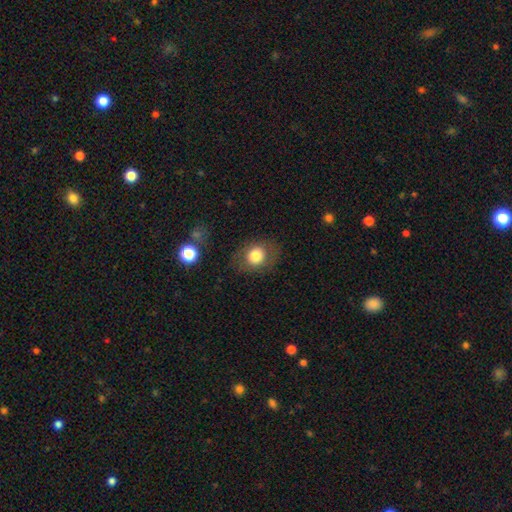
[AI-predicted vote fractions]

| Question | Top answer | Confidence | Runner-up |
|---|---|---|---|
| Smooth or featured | smooth | 77% | featured or disk (14%) |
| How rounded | round | 59% | in between (40%) |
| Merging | none | 80% | minor disturbance (13%) |